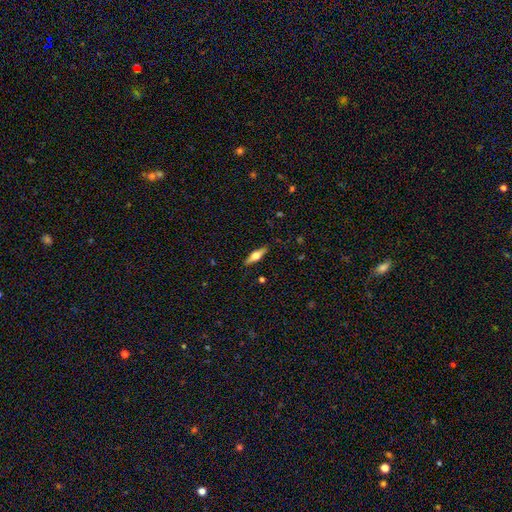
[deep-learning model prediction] Q: Smooth or featured?
A: featured or disk (56%); runner-up: smooth (38%)
Q: Edge-on disk?
A: yes (95%); runner-up: no (5%)
Q: Edge-on bulge?
A: rounded (93%); runner-up: boxy (5%)
Q: Merging?
A: none (88%); runner-up: minor disturbance (9%)